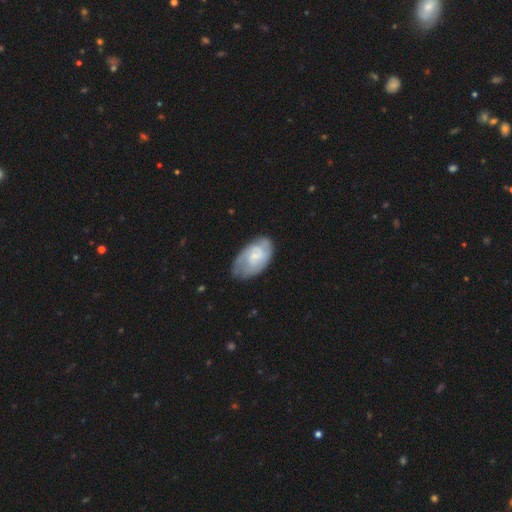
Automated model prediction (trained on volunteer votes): featured or disk 59%, smooth 35%, star or artifact 6%. Down the decision tree: edge-on disk — no (96%); bar — no (51%); spiral arms — yes (83%); bulge size — small (51%); merging — none (62%).